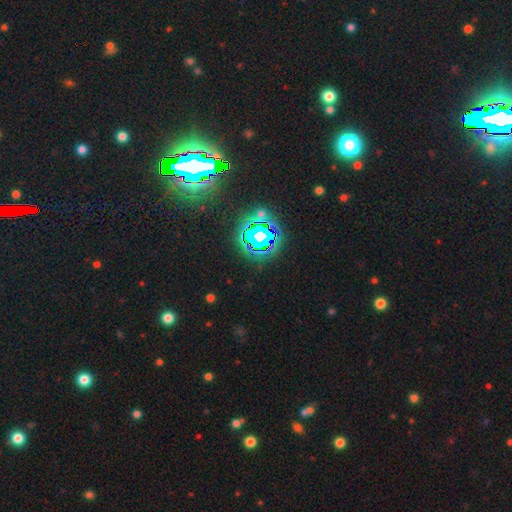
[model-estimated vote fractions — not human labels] smooth_or_featured: star or artifact (p=0.84) [alt: smooth p=0.09]